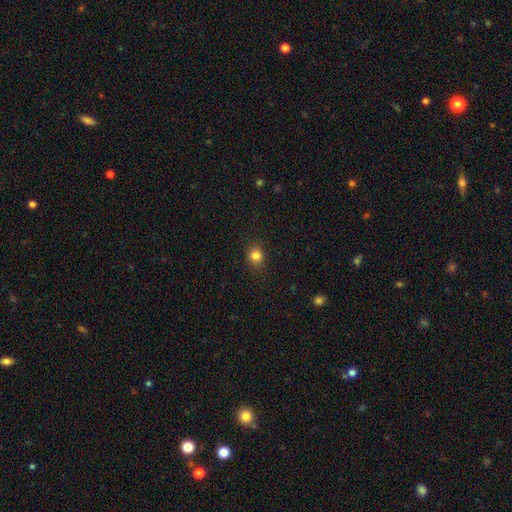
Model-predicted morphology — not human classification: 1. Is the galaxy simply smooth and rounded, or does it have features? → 82% smooth, 13% star or artifact, 5% featured or disk.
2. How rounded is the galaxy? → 79% round, 20% in between, 1% cigar-shaped.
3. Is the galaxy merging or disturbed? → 87% none, 9% minor disturbance, 3% major disturbance, 1% merger.